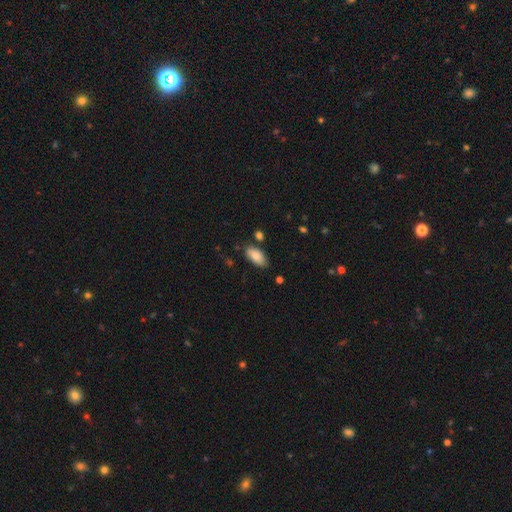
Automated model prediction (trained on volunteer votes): smooth 85%, featured or disk 9%, star or artifact 7%. Down the decision tree: how rounded — in between (91%); merging — none (78%).